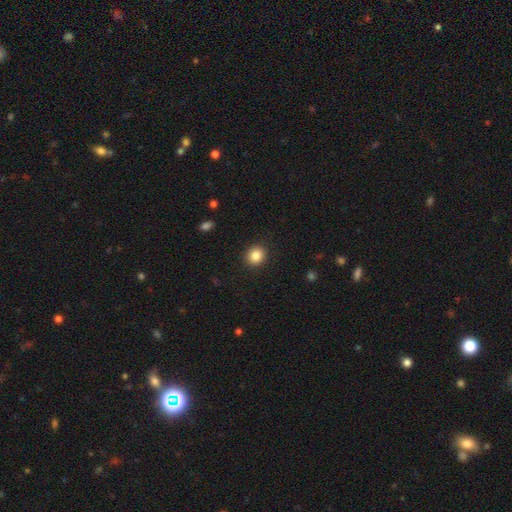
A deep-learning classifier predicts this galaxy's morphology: Smooth or featured?
  - smooth: 86% *
  - star or artifact: 10%
  - featured or disk: 5%
How rounded?
  - round: 83% *
  - in between: 16%
  - cigar-shaped: 1%
Merging?
  - none: 91% *
  - minor disturbance: 6%
  - major disturbance: 2%
  - merger: 1%